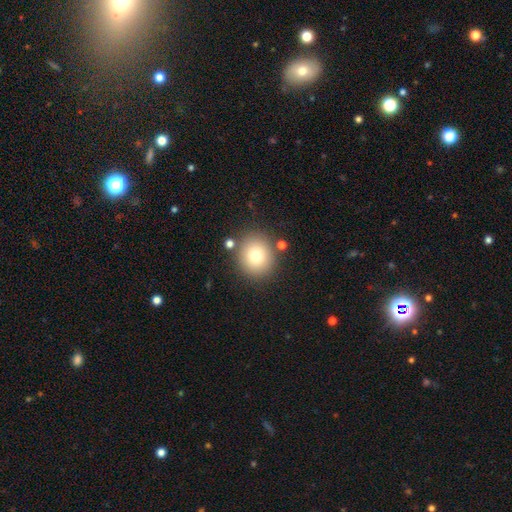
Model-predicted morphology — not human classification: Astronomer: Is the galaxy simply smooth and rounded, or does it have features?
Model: smooth — 78%.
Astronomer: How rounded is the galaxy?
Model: round — 83%.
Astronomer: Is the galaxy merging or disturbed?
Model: none — 83%.